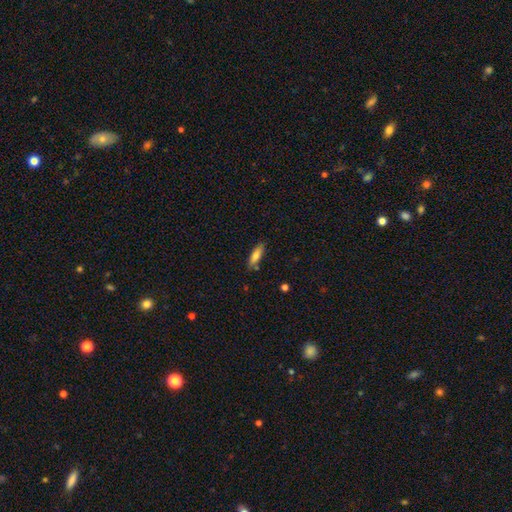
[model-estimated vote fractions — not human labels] This appears to be a smooth galaxy with no disk features (78%) that is in between round and cigar-shaped (53%). Merging: none (79%).